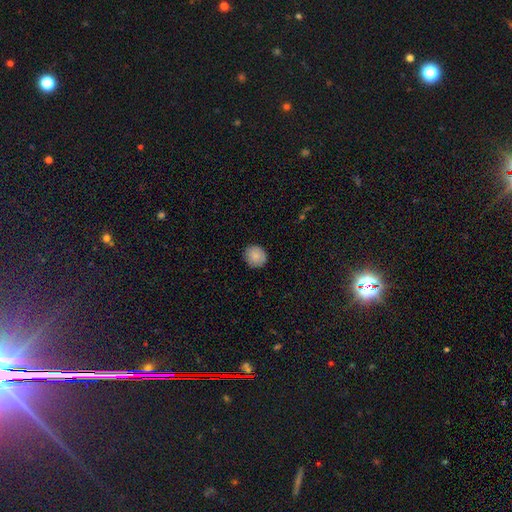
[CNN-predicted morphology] Smooth or featured?
  - smooth: 84% *
  - featured or disk: 8%
  - star or artifact: 7%
How rounded?
  - round: 88% *
  - in between: 11%
  - cigar-shaped: 1%
Merging?
  - none: 88% *
  - minor disturbance: 9%
  - major disturbance: 2%
  - merger: 1%